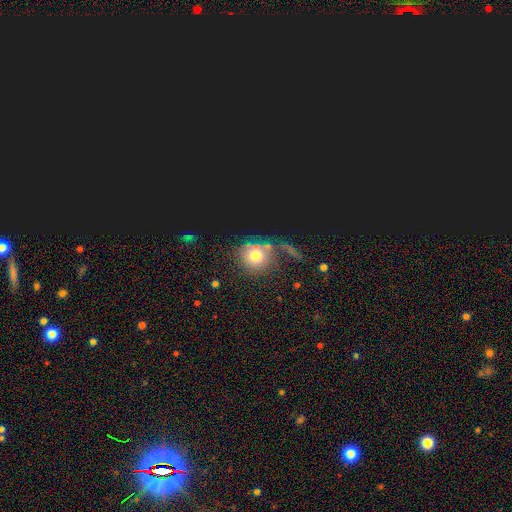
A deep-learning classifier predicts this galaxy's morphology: smooth-or-featured: smooth: 65% | star or artifact: 18% | featured or disk: 17%
  how-rounded: round: 87% | in between: 11% | cigar-shaped: 2%
  merging: none: 49% | major disturbance: 20% | merger: 15% | minor disturbance: 15%